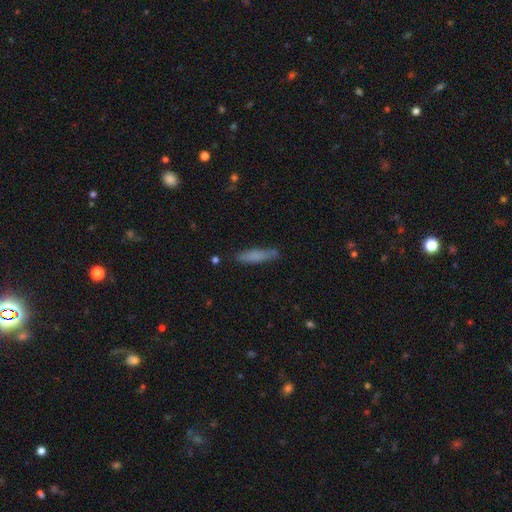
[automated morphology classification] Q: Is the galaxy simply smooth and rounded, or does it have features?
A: smooth — 76%.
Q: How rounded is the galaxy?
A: cigar-shaped — 83%.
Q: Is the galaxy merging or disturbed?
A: none — 82%.